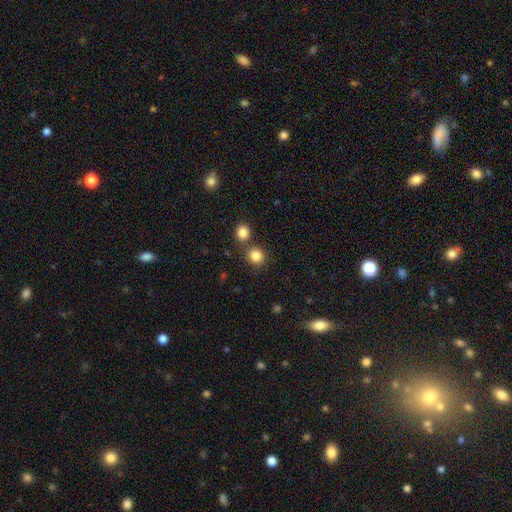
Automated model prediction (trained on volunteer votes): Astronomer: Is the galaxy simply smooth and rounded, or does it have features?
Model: smooth — 84%.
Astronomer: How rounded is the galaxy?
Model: round — 84%.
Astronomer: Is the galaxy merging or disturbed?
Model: none — 71%.